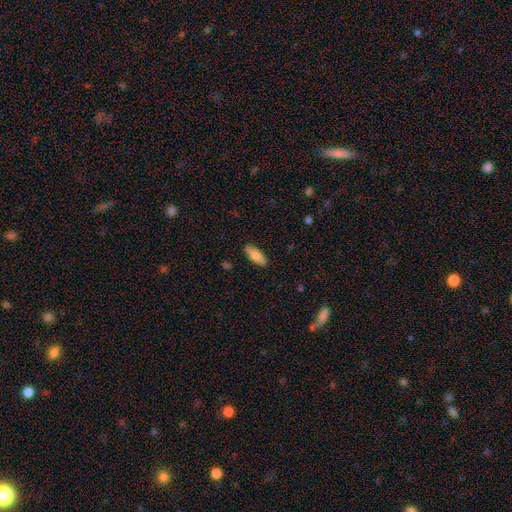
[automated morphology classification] The model was most divided on "how rounded": in between: 74%, cigar-shaped: 24%, round: 2%. More confident: merging — none (88%); smooth or featured — smooth (80%).